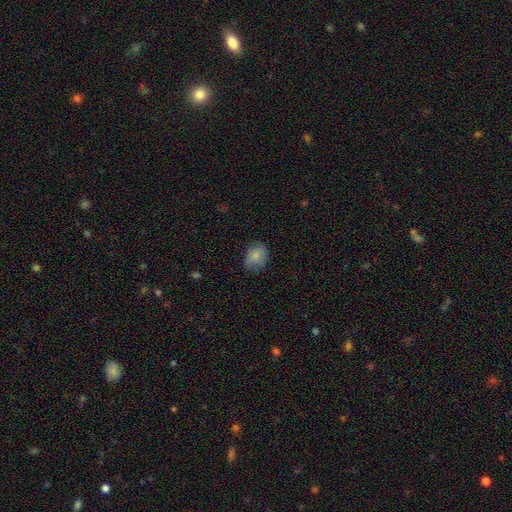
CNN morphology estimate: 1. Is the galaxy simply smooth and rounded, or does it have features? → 83% smooth, 9% featured or disk, 8% star or artifact.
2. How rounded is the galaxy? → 51% round, 48% in between, 1% cigar-shaped.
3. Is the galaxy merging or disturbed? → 72% none, 22% minor disturbance, 5% major disturbance, 1% merger.